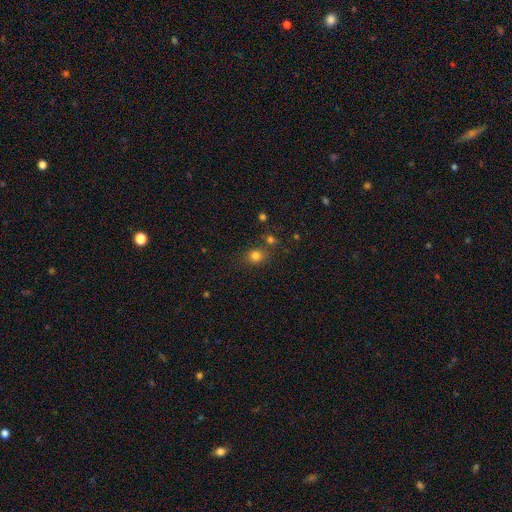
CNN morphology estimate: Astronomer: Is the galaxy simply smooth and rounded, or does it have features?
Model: smooth — 78%.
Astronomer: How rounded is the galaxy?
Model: round — 70%.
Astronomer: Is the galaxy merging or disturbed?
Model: none — 71%.